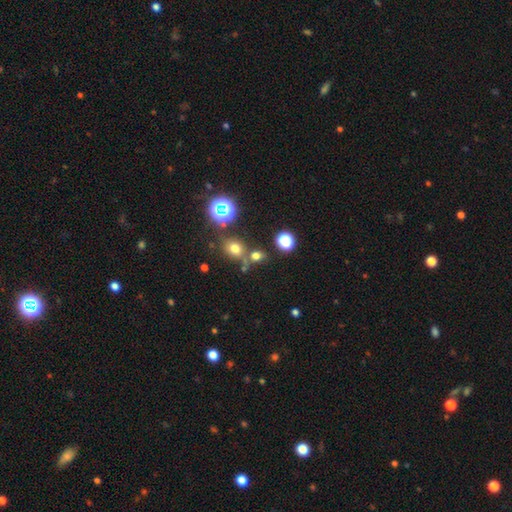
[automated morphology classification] Smooth or featured? smooth (65%)
How rounded? round (63%)
Merging? none (63%)